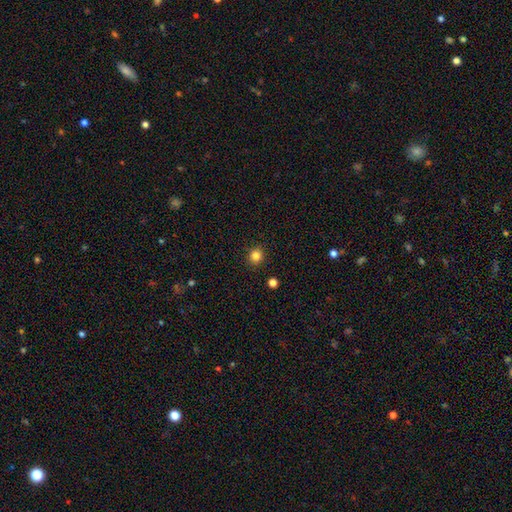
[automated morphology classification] Smooth or featured? smooth (83%)
How rounded? round (88%)
Merging? none (92%)